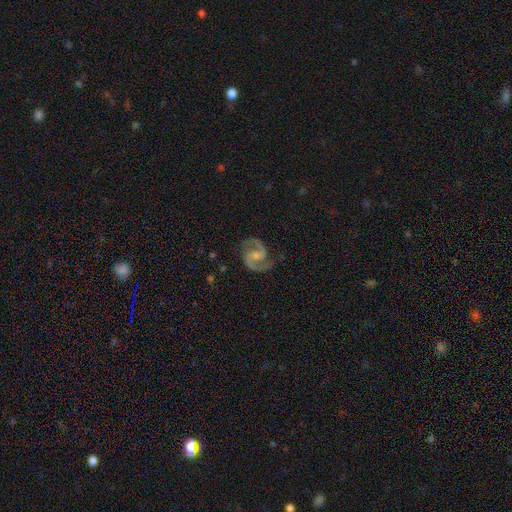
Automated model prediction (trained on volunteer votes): Smooth or featured? Predicted: featured or disk (p=0.93). Edge-on disk? Predicted: no (p=0.98). Bar? Predicted: no (p=0.50). Spiral arms? Predicted: yes (p=0.99). Spiral winding? Predicted: medium (p=0.66). Spiral arm count? Predicted: 2 (p=0.94). Bulge size? Predicted: small (p=0.51). Merging? Predicted: none (p=0.81).